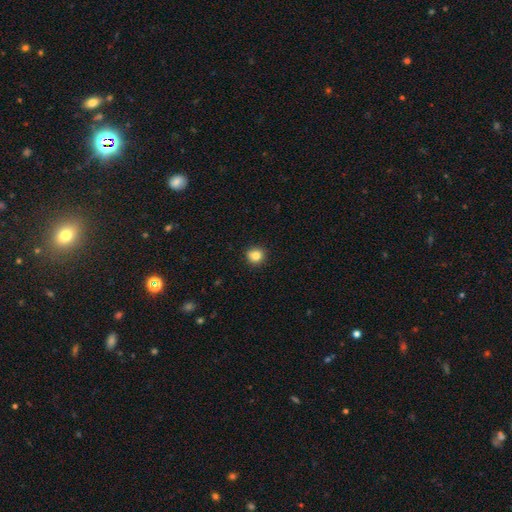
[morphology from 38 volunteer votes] smooth 87%, featured or disk 8%, star or artifact 5%. Down the decision tree: how rounded — round (88%); merging — none (83%).